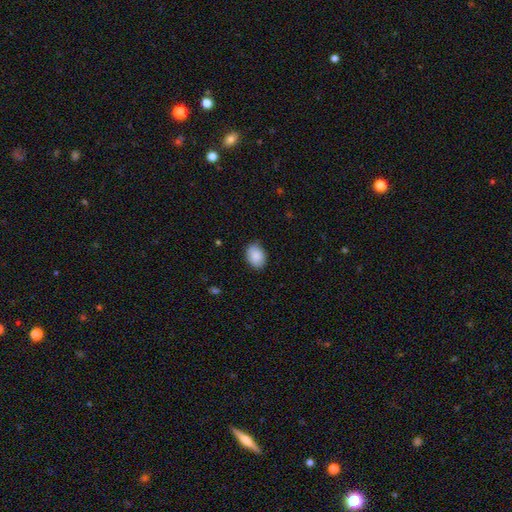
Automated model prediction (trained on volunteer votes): Smooth or featured?
  - smooth: 88% *
  - star or artifact: 7%
  - featured or disk: 5%
How rounded?
  - in between: 77% *
  - round: 22%
  - cigar-shaped: 1%
Merging?
  - none: 83% *
  - minor disturbance: 13%
  - major disturbance: 3%
  - merger: 1%